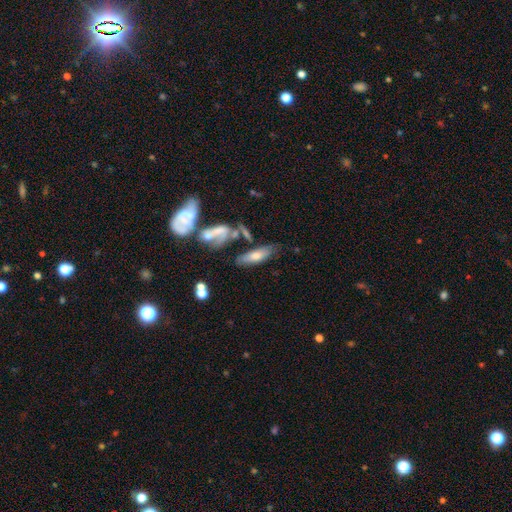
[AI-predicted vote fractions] A smooth galaxy with no disk features (57%) that is in between round and cigar-shaped (61%). Merging: none (51%).